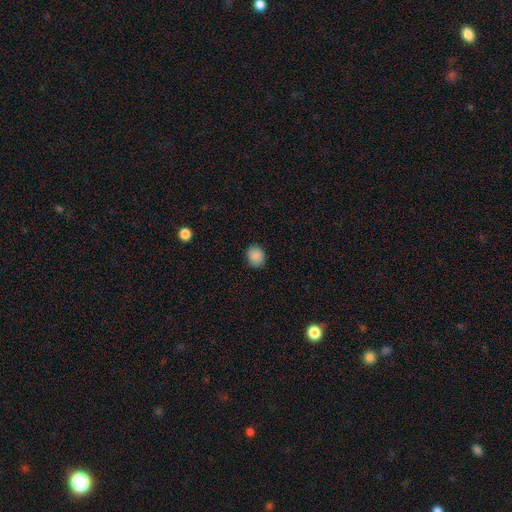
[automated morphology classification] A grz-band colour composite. It shows a smooth galaxy with no disk features (88%) that is round (68%). Merging: none (87%).